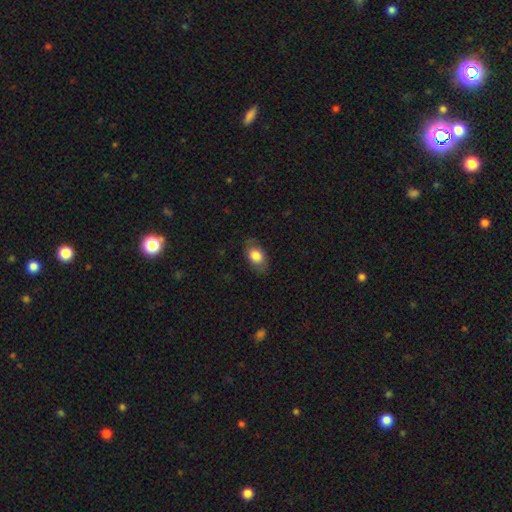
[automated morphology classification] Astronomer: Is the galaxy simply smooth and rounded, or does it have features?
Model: smooth — 77%.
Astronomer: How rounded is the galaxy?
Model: in between — 84%.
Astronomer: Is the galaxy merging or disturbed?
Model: none — 77%.